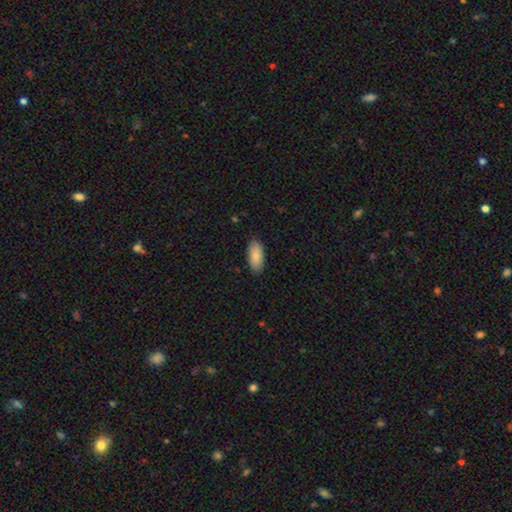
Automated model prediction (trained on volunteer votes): smooth_or_featured: smooth (p=0.85) [alt: featured or disk p=0.09]
how_rounded: in between (p=0.91) [alt: cigar-shaped p=0.07]
merging: none (p=0.86) [alt: minor disturbance p=0.11]